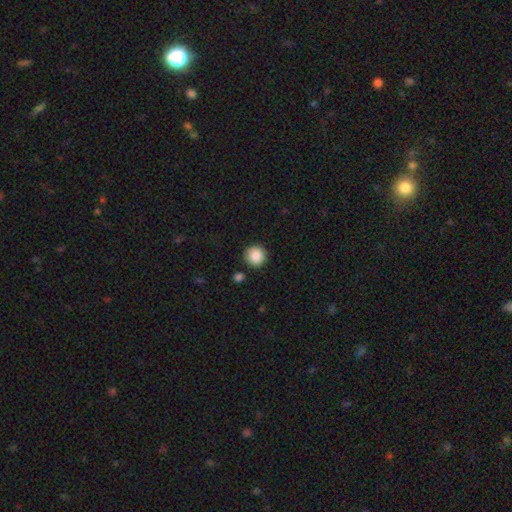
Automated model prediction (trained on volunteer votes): Smooth or featured? Predicted: smooth (p=0.89). How rounded? Predicted: round (p=0.93). Merging? Predicted: none (p=0.89).